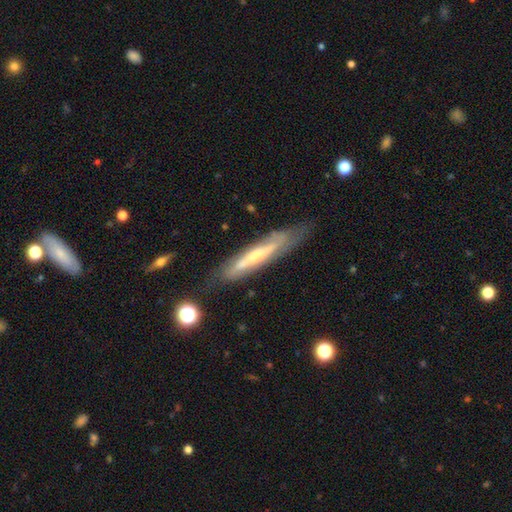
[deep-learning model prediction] smooth-or-featured: featured or disk: 65% | smooth: 28% | star or artifact: 7%
  disk-edge-on: yes: 71% | no: 29%
  merging: none: 76% | minor disturbance: 17% | major disturbance: 4% | merger: 2%